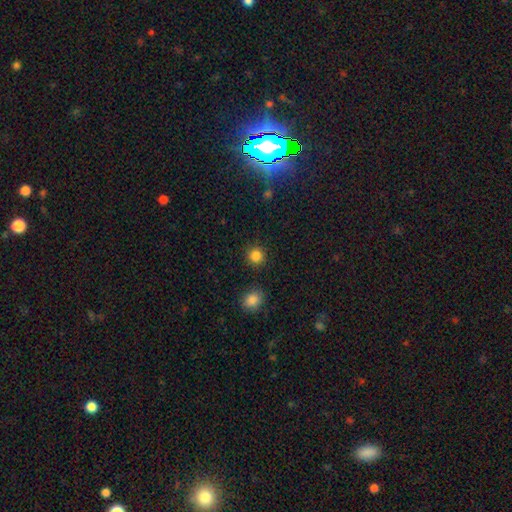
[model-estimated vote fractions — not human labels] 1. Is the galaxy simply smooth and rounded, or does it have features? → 85% smooth, 12% star or artifact, 4% featured or disk.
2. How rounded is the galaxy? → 93% round, 6% in between, 1% cigar-shaped.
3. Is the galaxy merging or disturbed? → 90% none, 6% minor disturbance, 2% merger, 2% major disturbance.